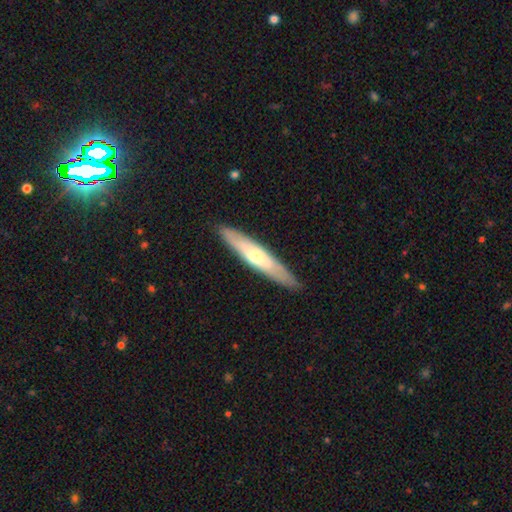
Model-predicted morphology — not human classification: A featured or disk galaxy (50%) viewed edge-on (79%). Merging: none (89%).